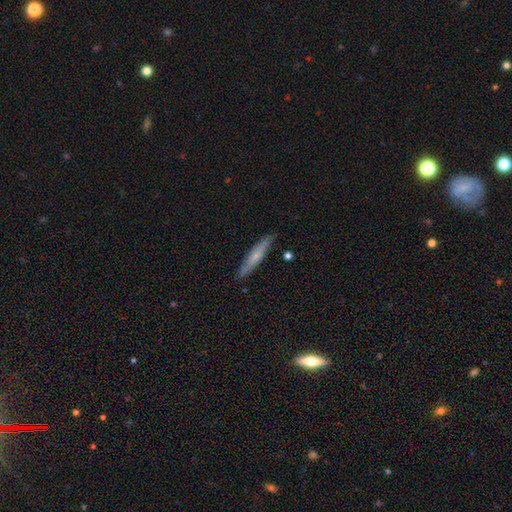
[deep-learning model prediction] Smooth or featured?
  - smooth: 53% *
  - featured or disk: 41%
  - star or artifact: 6%
How rounded?
  - cigar-shaped: 91% *
  - in between: 7%
  - round: 2%
Merging?
  - none: 87% *
  - minor disturbance: 9%
  - major disturbance: 2%
  - merger: 1%